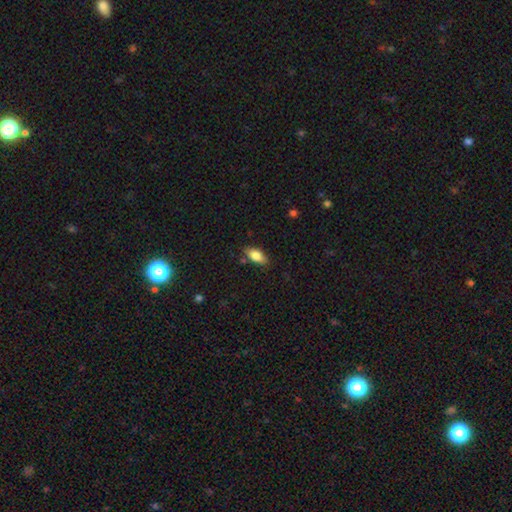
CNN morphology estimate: A smooth galaxy with no disk features (80%) that is in between round and cigar-shaped (86%).

Vote fractions:
- Smooth or featured? smooth: 80% / featured or disk: 13% / star or artifact: 7%
- How rounded? in between: 86% / cigar-shaped: 10% / round: 4%
- Merging? none: 78% / minor disturbance: 16% / major disturbance: 3% / merger: 3%